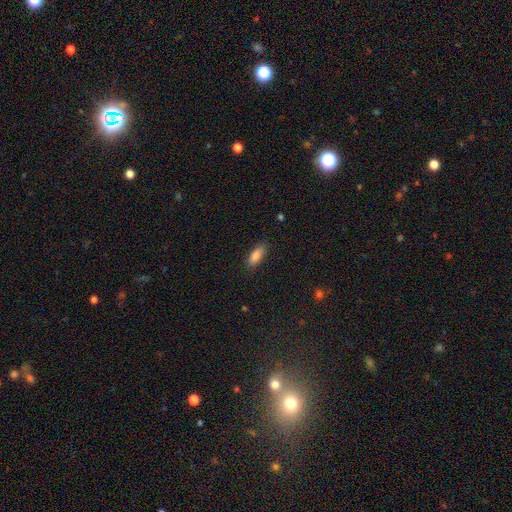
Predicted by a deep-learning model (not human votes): Morphology: type=smooth (86%); roundness=in between (77%); merging=none (85%).